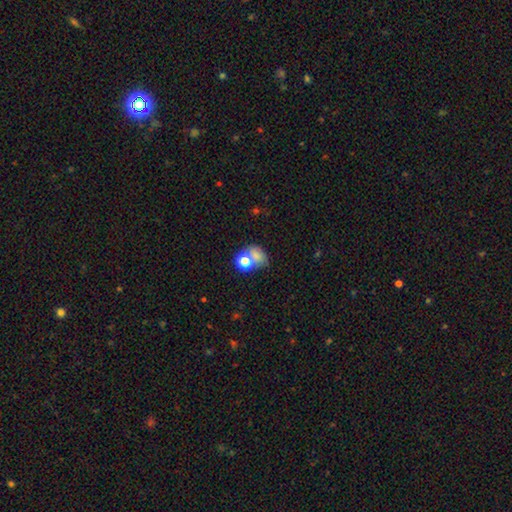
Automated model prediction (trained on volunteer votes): Smooth or featured? smooth (67%)
How rounded? in between (54%)
Merging? merger (39%)